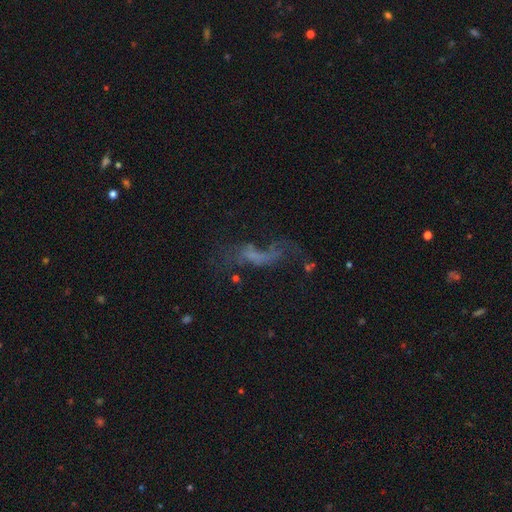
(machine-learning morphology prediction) Q: Smooth or featured?
A: featured or disk (44%); runner-up: smooth (32%)
Q: Merging?
A: major disturbance (39%); runner-up: none (34%)